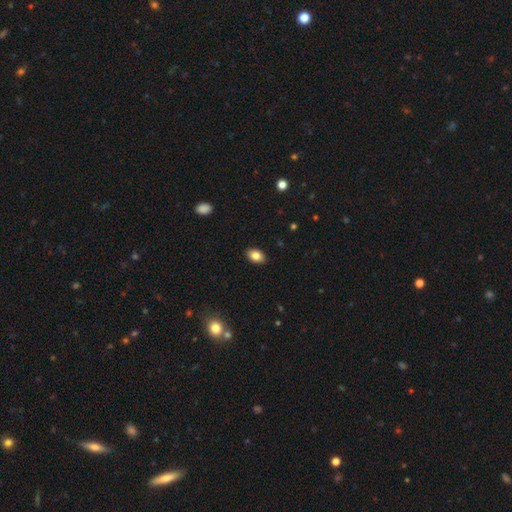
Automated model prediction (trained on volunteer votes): Q: Smooth or featured?
A: smooth (84%); runner-up: star or artifact (8%)
Q: How rounded?
A: in between (84%); runner-up: round (15%)
Q: Merging?
A: none (89%); runner-up: minor disturbance (8%)